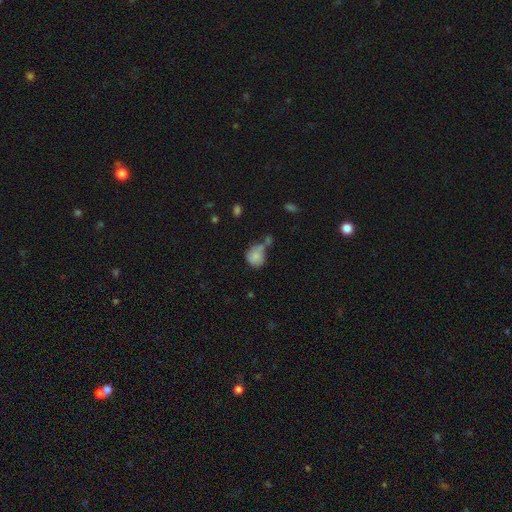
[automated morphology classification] Smooth or featured?
  - smooth: 78% *
  - featured or disk: 12%
  - star or artifact: 9%
How rounded?
  - round: 66% *
  - in between: 33%
  - cigar-shaped: 1%
Merging?
  - none: 37% *
  - merger: 29%
  - minor disturbance: 23%
  - major disturbance: 11%